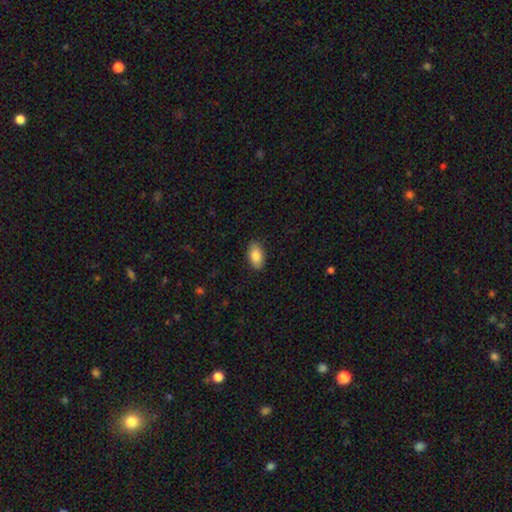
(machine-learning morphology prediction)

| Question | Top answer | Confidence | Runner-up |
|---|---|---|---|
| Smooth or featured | smooth | 86% | featured or disk (8%) |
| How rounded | in between | 93% | round (4%) |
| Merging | none | 87% | minor disturbance (10%) |